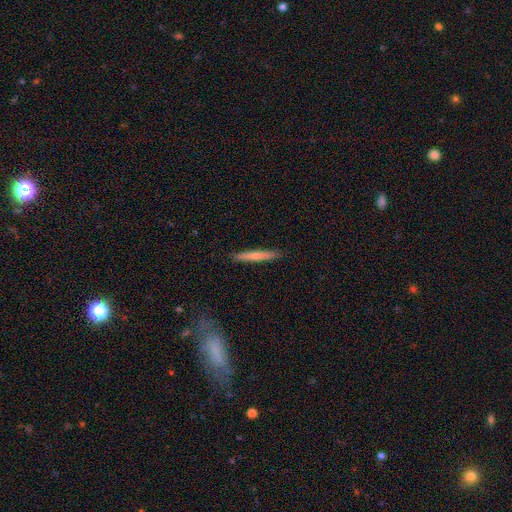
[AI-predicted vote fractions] Smooth or featured? Predicted: smooth (p=0.66). How rounded? Predicted: cigar-shaped (p=0.96). Merging? Predicted: none (p=0.90).